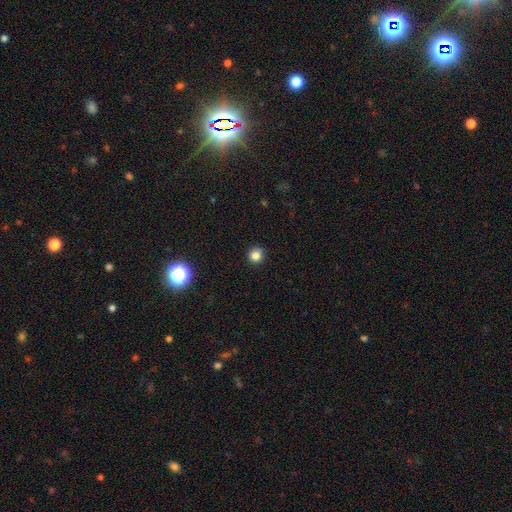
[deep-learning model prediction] A smooth galaxy with no disk features (81%) that is round (91%). Merging: none (87%).